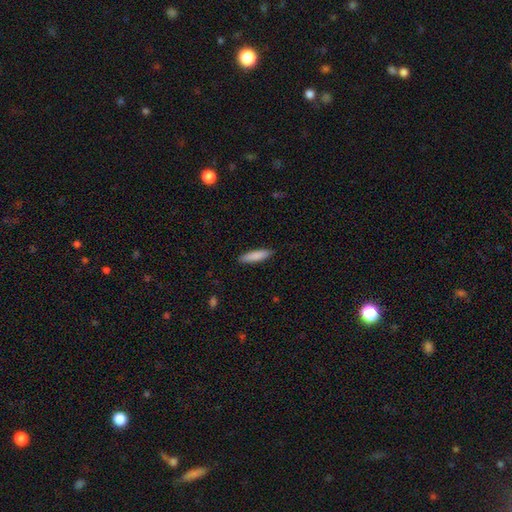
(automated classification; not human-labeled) This appears to be a smooth galaxy with no disk features (86%) that is cigar-shaped (73%). Merging: none (89%).